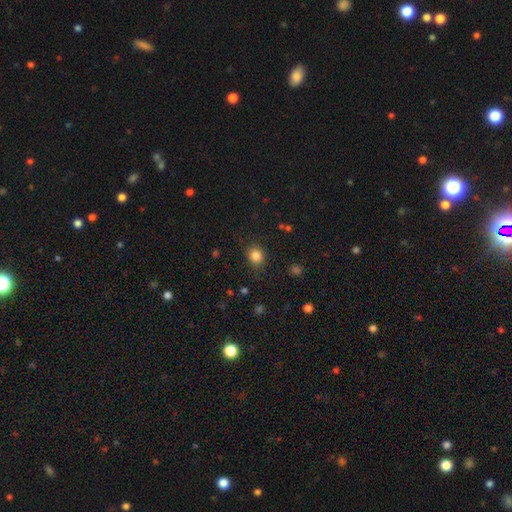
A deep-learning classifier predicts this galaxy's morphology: smooth-or-featured: smooth: 83% | star or artifact: 12% | featured or disk: 5%
  how-rounded: round: 73% | in between: 27% | cigar-shaped: 1%
  merging: none: 82% | minor disturbance: 13% | major disturbance: 4% | merger: 1%